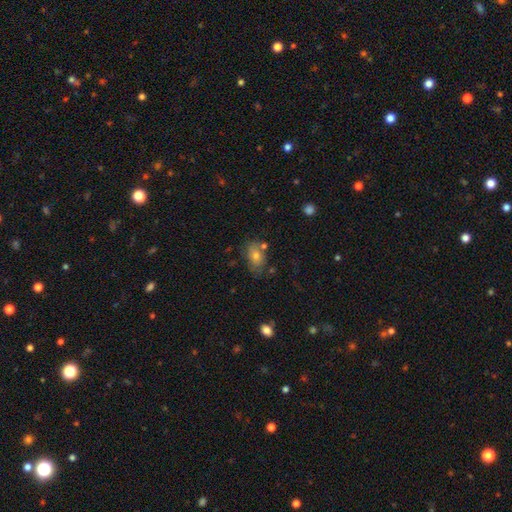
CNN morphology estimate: smooth 68%, featured or disk 18%, star or artifact 13%. Down the decision tree: how rounded — in between (79%); merging — none (69%).